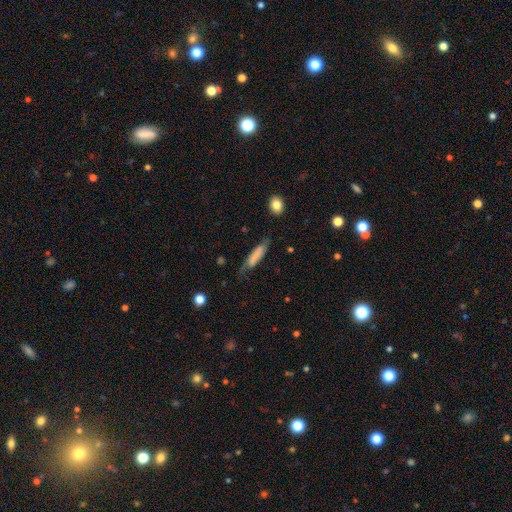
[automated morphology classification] Overall: smooth (70%). How rounded: cigar-shaped (70%). Merging: none (57%; minor disturbance 29%).